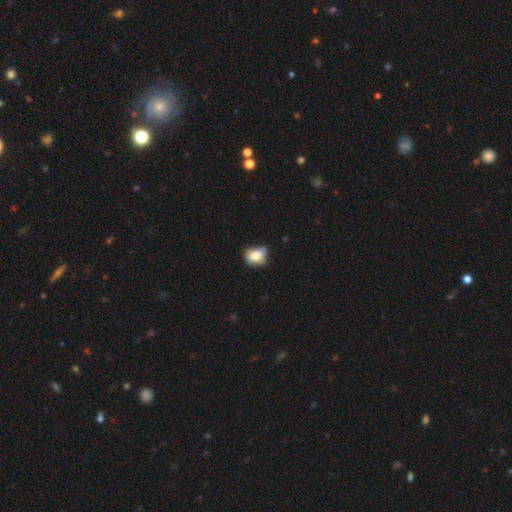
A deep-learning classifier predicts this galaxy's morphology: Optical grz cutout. It shows a smooth galaxy with no disk features (82%) that is in between round and cigar-shaped (58%). Merging: none (44%).